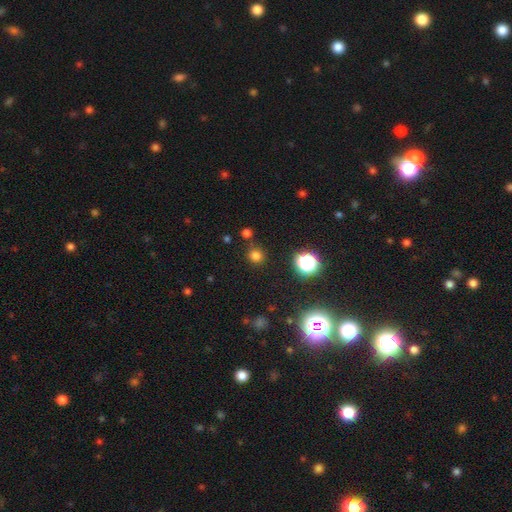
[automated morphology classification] This is likely a smooth galaxy (72%). How rounded: clearly round (91%). Merging: clearly none (84%).